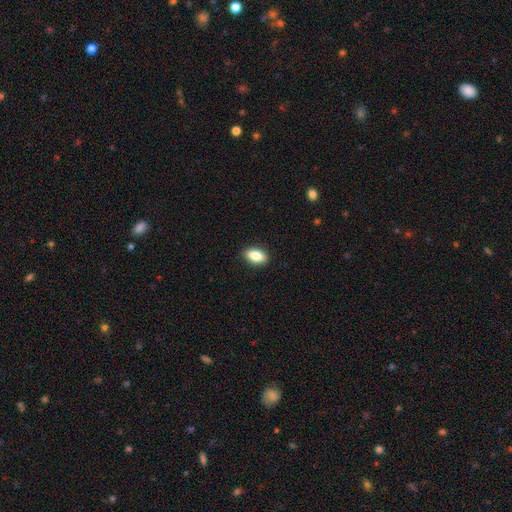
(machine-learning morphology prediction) smooth_or_featured: smooth (p=0.86) [alt: star or artifact p=0.07]
how_rounded: in between (p=0.89) [alt: round p=0.07]
merging: none (p=0.88) [alt: minor disturbance p=0.09]